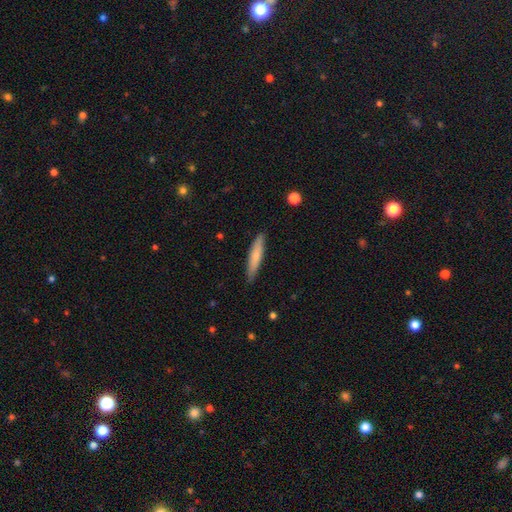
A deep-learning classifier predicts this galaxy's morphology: smooth 71%, featured or disk 24%, star or artifact 5%. Down the decision tree: how rounded — cigar-shaped (88%); merging — none (87%).